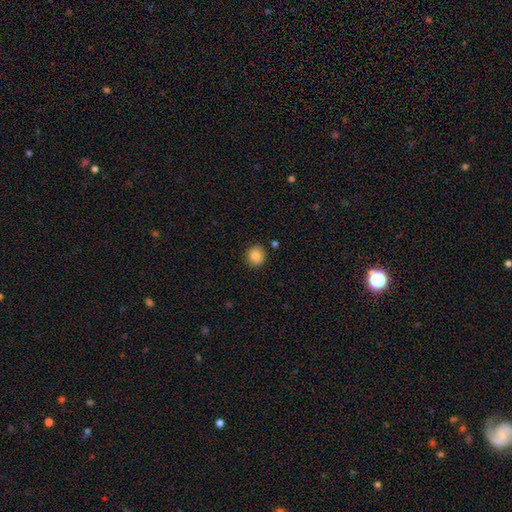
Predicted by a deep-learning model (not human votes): A smooth galaxy with no disk features (87%) that is round (84%). Merging: none (88%).